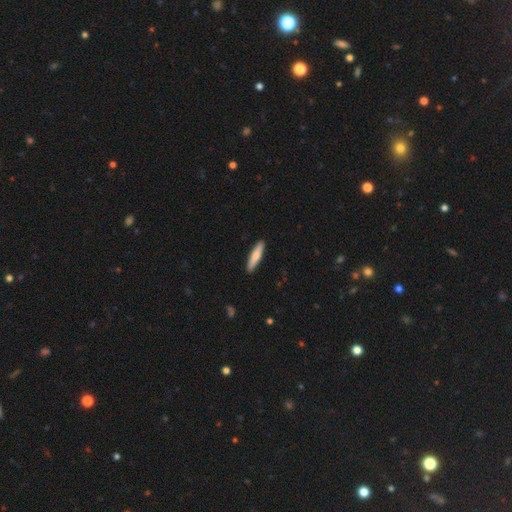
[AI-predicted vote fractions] Smooth or featured? smooth (73%)
How rounded? cigar-shaped (83%)
Merging? none (91%)